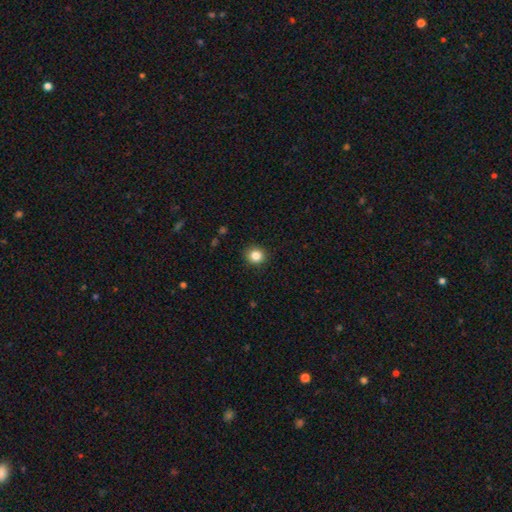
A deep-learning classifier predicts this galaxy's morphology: smooth_or_featured: smooth (p=0.84) [alt: star or artifact p=0.11]
how_rounded: round (p=0.89) [alt: in between p=0.10]
merging: none (p=0.91) [alt: minor disturbance p=0.06]